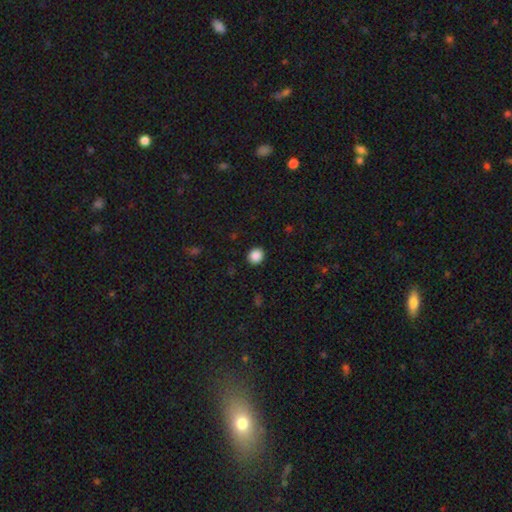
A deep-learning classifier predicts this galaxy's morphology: smooth 88%, star or artifact 10%, featured or disk 2%. Down the decision tree: how rounded — round (87%); merging — none (92%).